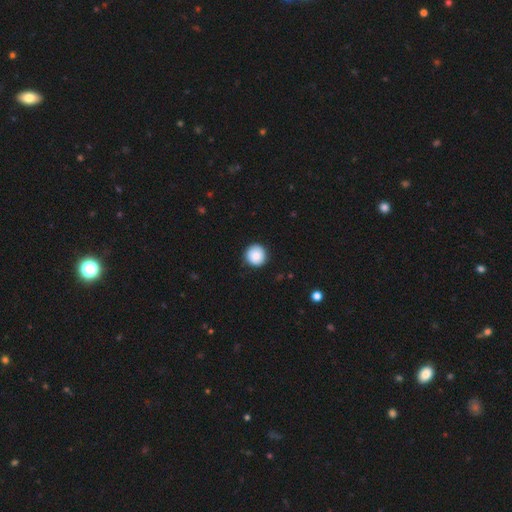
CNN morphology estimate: smooth_or_featured: smooth (p=0.87) [alt: star or artifact p=0.08]
how_rounded: round (p=0.95) [alt: in between p=0.04]
merging: none (p=0.90) [alt: minor disturbance p=0.08]